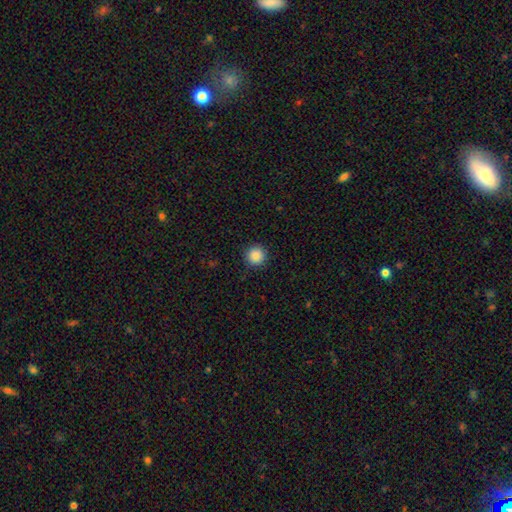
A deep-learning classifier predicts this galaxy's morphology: smooth 88%, star or artifact 10%, featured or disk 3%. Down the decision tree: how rounded — round (96%); merging — none (92%).